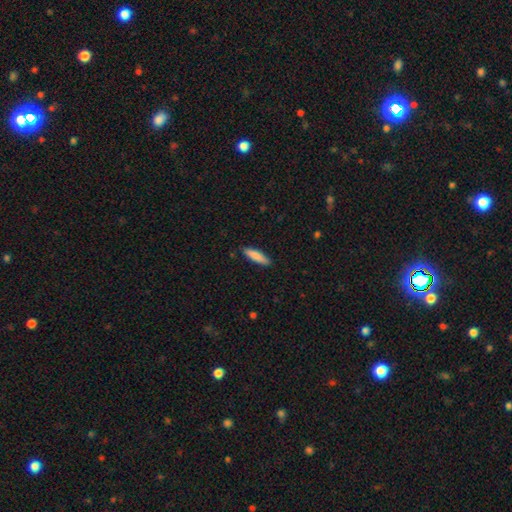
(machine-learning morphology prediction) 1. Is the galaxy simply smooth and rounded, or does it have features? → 85% smooth, 9% featured or disk, 6% star or artifact.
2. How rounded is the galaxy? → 70% cigar-shaped, 29% in between, 1% round.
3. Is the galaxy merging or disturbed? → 87% none, 10% minor disturbance, 2% major disturbance, 1% merger.